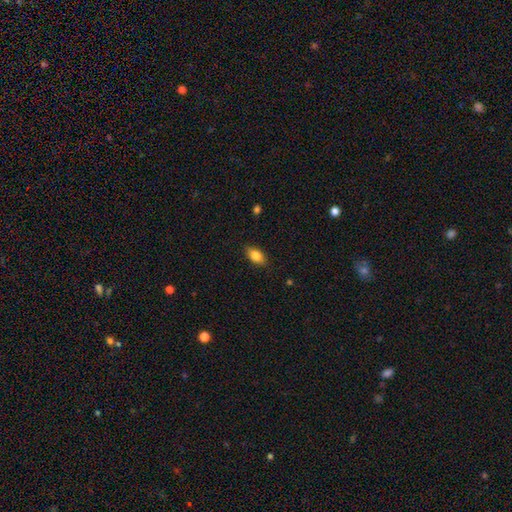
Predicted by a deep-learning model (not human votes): Q: Smooth or featured?
A: smooth (82%); runner-up: featured or disk (11%)
Q: How rounded?
A: in between (88%); runner-up: round (6%)
Q: Merging?
A: none (86%); runner-up: minor disturbance (11%)